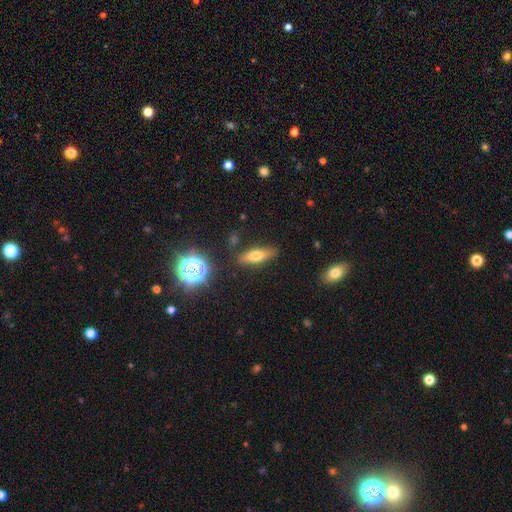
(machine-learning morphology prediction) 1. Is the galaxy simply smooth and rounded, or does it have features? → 54% smooth, 32% featured or disk, 13% star or artifact.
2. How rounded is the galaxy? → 53% cigar-shaped, 42% in between, 5% round.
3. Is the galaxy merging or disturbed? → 84% none, 11% minor disturbance, 3% major disturbance, 3% merger.